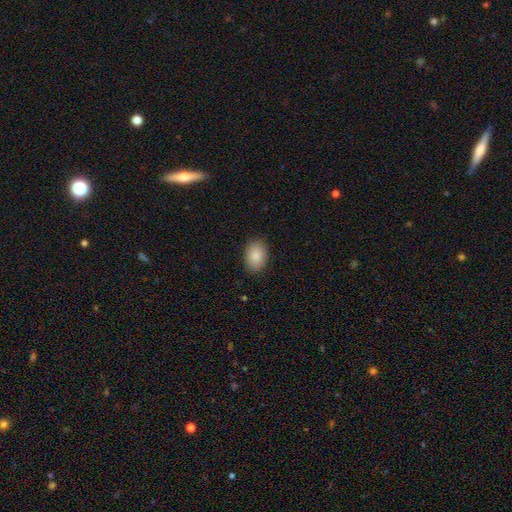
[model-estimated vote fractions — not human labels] The model was most divided on "how rounded": in between: 84%, round: 15%, cigar-shaped: 1%. More confident: smooth or featured — smooth (88%); merging — none (88%).